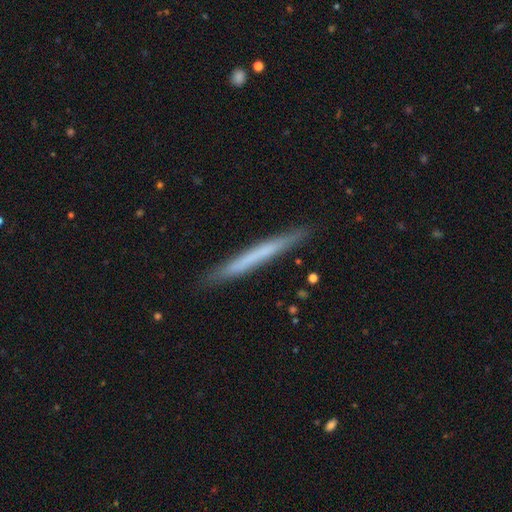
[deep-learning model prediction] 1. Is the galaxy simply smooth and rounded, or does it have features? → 54% smooth, 40% featured or disk, 6% star or artifact.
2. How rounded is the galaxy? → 97% cigar-shaped, 2% in between, 1% round.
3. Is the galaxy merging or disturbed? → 90% none, 8% minor disturbance, 1% major disturbance, 1% merger.